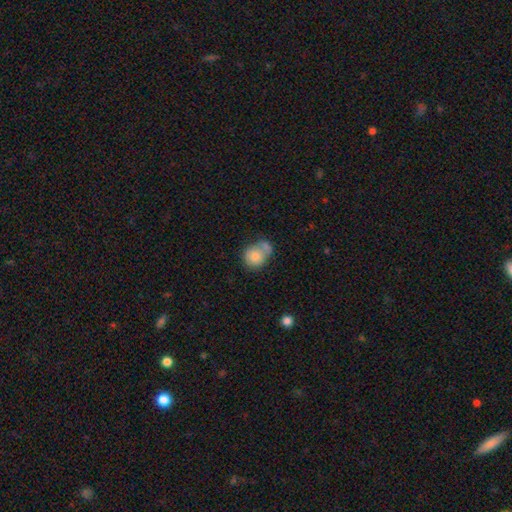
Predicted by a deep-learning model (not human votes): Q: Smooth or featured?
A: smooth (74%); runner-up: featured or disk (18%)
Q: How rounded?
A: round (65%); runner-up: in between (34%)
Q: Merging?
A: merger (34%); runner-up: none (33%)